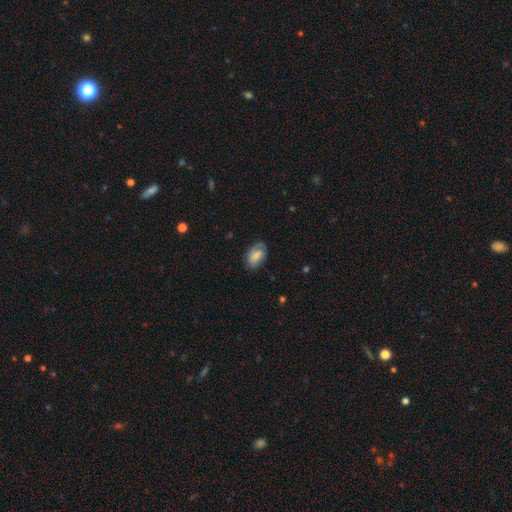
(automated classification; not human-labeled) The model was most divided on "merging": none: 68%, minor disturbance: 24%, major disturbance: 6%, merger: 1%. More confident: how rounded — in between (91%); smooth or featured — smooth (76%).